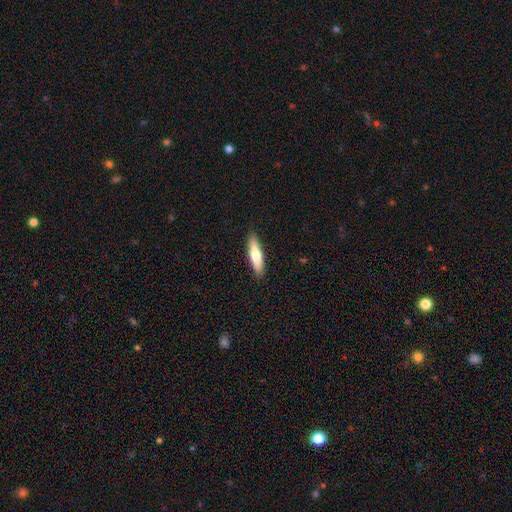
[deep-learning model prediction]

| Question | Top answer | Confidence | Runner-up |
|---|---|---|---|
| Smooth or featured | smooth | 61% | featured or disk (34%) |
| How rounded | cigar-shaped | 74% | in between (24%) |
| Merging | none | 90% | minor disturbance (7%) |